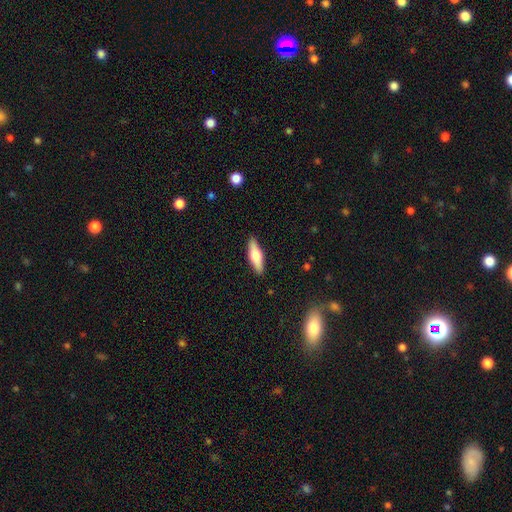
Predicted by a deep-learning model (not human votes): This appears to be a smooth galaxy with no disk features (53%) that is cigar-shaped (52%). Merging: none (90%).